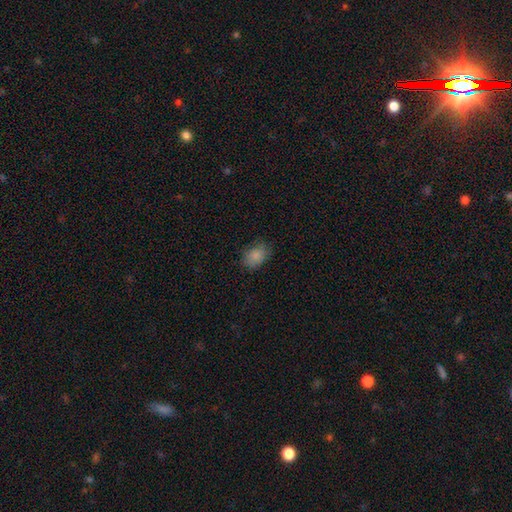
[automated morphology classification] The model was most divided on "how rounded": in between: 75%, round: 24%, cigar-shaped: 1%. More confident: smooth or featured — smooth (85%); merging — none (73%).